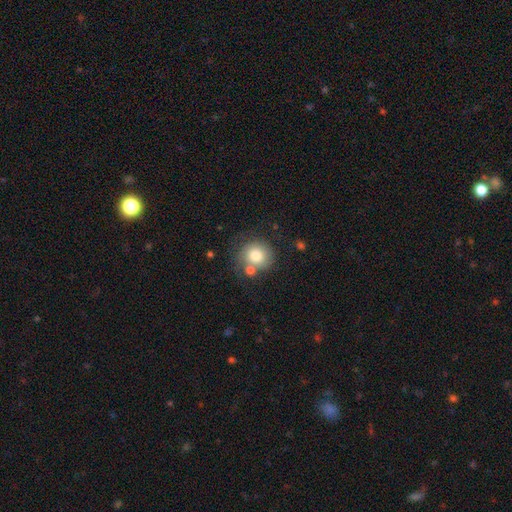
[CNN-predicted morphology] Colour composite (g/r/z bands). It shows a smooth galaxy with no disk features (78%) that is round (88%). Merging: none (61%).